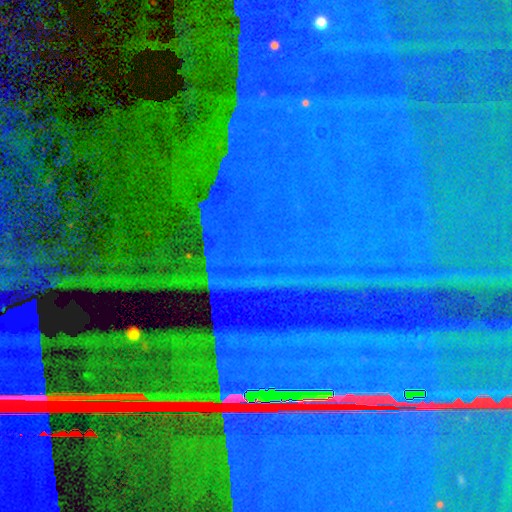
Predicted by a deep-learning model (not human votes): Q: Smooth or featured?
A: star or artifact (88%); runner-up: featured or disk (7%)